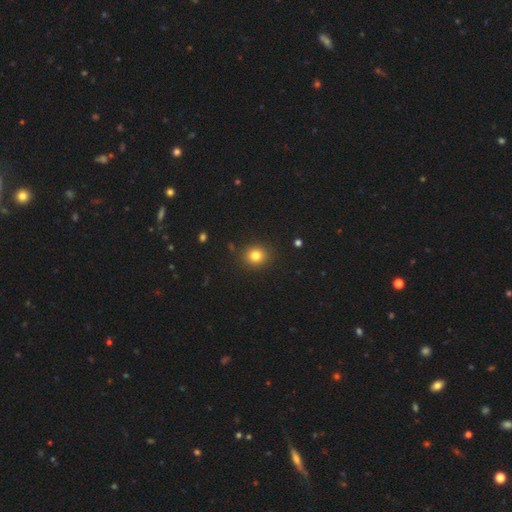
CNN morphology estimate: Overall: smooth (81%). How rounded: round (84%). Merging: none (90%).